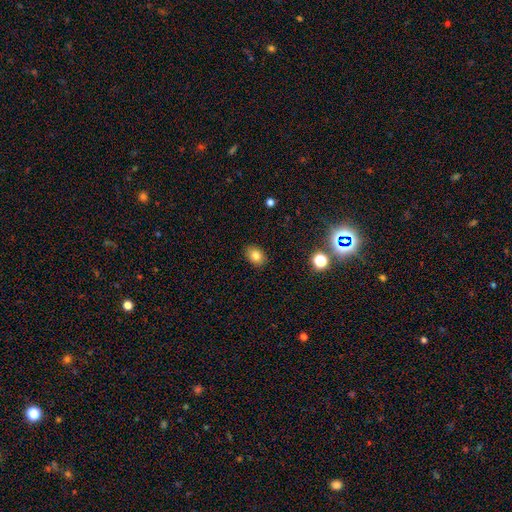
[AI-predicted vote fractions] This is clearly a smooth galaxy (80%). How rounded: likely in between (68%). Merging: clearly none (89%).